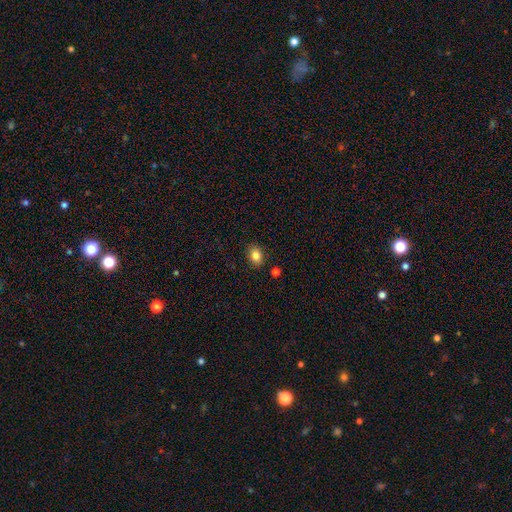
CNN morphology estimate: A smooth galaxy with no disk features (84%) that is in between round and cigar-shaped (70%).

Vote fractions:
- Smooth or featured? smooth: 84% / star or artifact: 10% / featured or disk: 6%
- How rounded? in between: 70% / round: 29% / cigar-shaped: 1%
- Merging? none: 86% / minor disturbance: 9% / merger: 2% / major disturbance: 2%